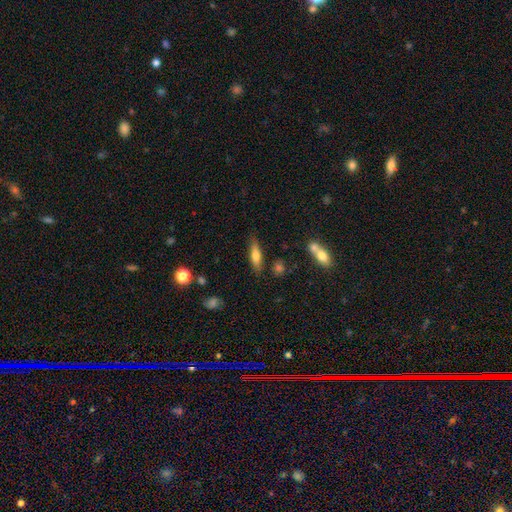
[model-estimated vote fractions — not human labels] This is likely a smooth galaxy (65%). How rounded: likely cigar-shaped (61%). Merging: likely none (79%).